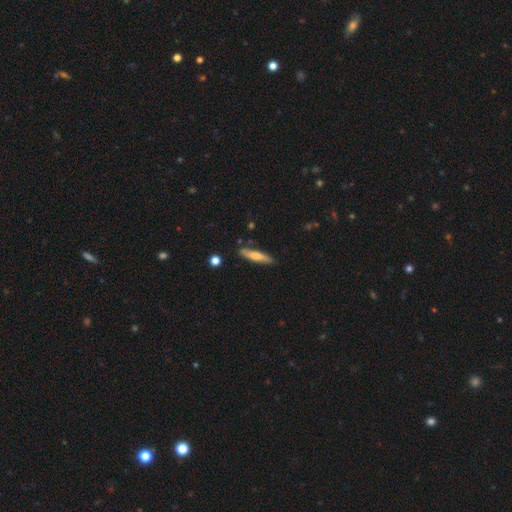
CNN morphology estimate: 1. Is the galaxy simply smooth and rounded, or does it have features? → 69% smooth, 25% featured or disk, 6% star or artifact.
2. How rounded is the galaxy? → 85% cigar-shaped, 14% in between, 2% round.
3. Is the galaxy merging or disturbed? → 82% none, 13% minor disturbance, 3% merger, 2% major disturbance.